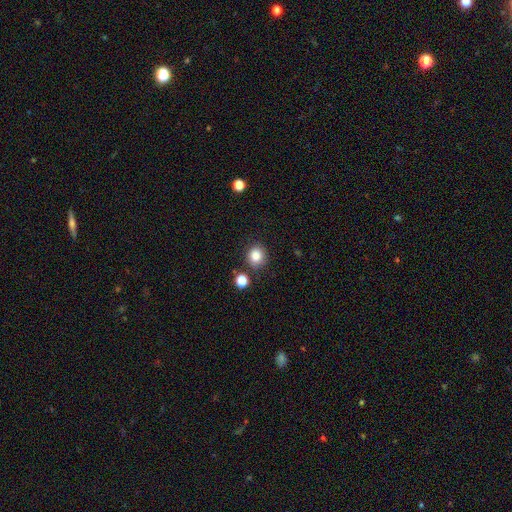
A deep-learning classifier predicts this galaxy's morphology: Smooth or featured? Predicted: smooth (p=0.84). How rounded? Predicted: round (p=0.83). Merging? Predicted: none (p=0.81).